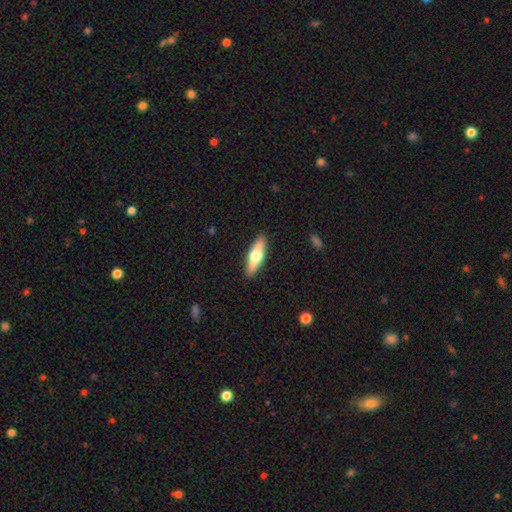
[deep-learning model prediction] A featured or disk galaxy (49%).

Vote fractions:
- Smooth or featured? featured or disk: 49% / smooth: 46% / star or artifact: 5%
- Merging? none: 90% / minor disturbance: 7% / major disturbance: 2% / merger: 1%